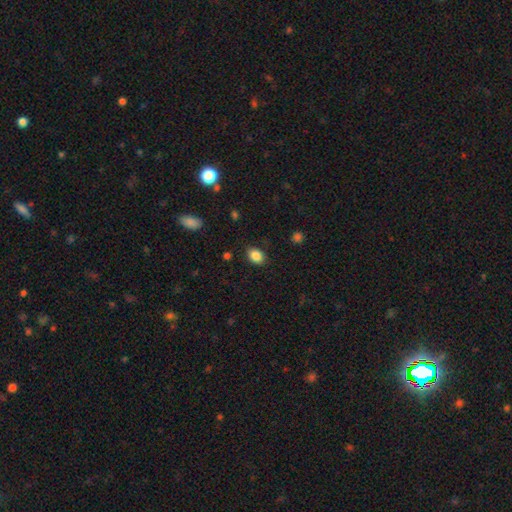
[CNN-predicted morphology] The model was most divided on "how rounded": in between: 71%, round: 28%, cigar-shaped: 1%. More confident: smooth or featured — smooth (86%); merging — none (84%).